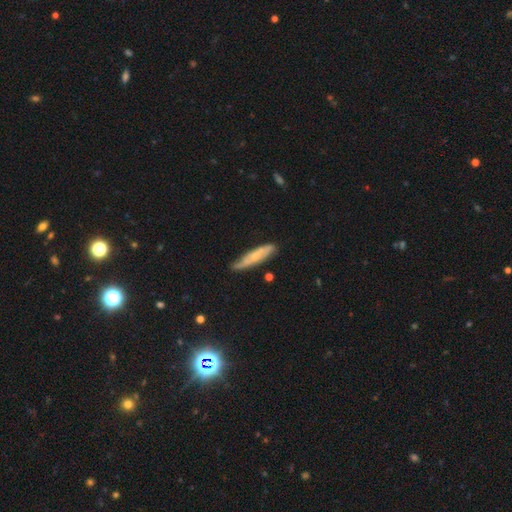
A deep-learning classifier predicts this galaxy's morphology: type=featured or disk (51%); edge-on=no (50%, tied with yes); merging=none (71%).